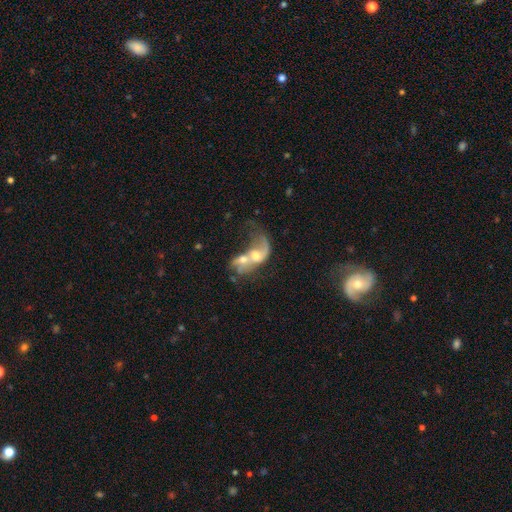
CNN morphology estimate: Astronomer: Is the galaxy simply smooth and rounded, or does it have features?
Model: featured or disk — 64%.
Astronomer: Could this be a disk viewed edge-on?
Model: no — 96%.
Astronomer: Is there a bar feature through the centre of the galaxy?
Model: no — 68%.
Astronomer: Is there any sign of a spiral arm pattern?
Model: yes — 68%.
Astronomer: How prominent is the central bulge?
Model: moderate — 59%.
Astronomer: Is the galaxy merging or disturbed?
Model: merger — 73%.